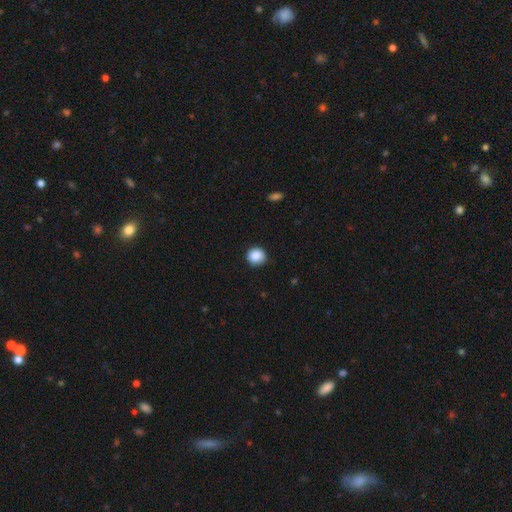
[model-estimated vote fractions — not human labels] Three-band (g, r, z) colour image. It shows a smooth galaxy with no disk features (88%) that is round (90%). Merging: none (86%).